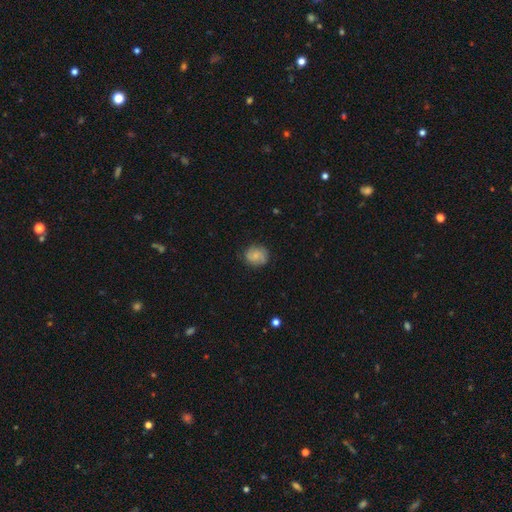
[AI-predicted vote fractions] smooth-or-featured: smooth: 62% | featured or disk: 30% | star or artifact: 9%
  how-rounded: round: 77% | in between: 22% | cigar-shaped: 1%
  merging: none: 78% | minor disturbance: 16% | major disturbance: 4% | merger: 1%